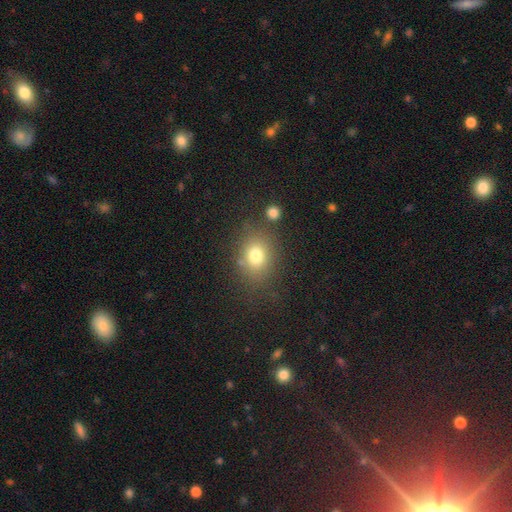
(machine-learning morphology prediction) This appears to be a smooth galaxy with no disk features (76%) that is in between round and cigar-shaped (51%). Merging: none (74%).